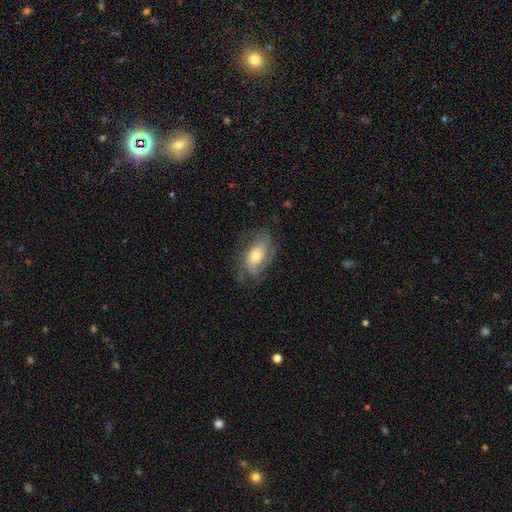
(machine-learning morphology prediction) The model was most divided on "smooth or featured": featured or disk: 53%, smooth: 39%, star or artifact: 8%. More confident: edge-on disk — no (91%); merging — none (65%).